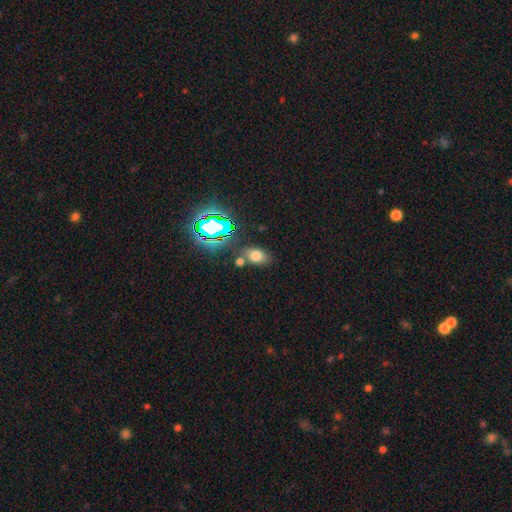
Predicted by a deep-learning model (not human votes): Smooth or featured: smooth — 67% (star or artifact — 23%)
How rounded: in between — 80% (round — 18%)
Merging: none — 69% (minor disturbance — 13%)